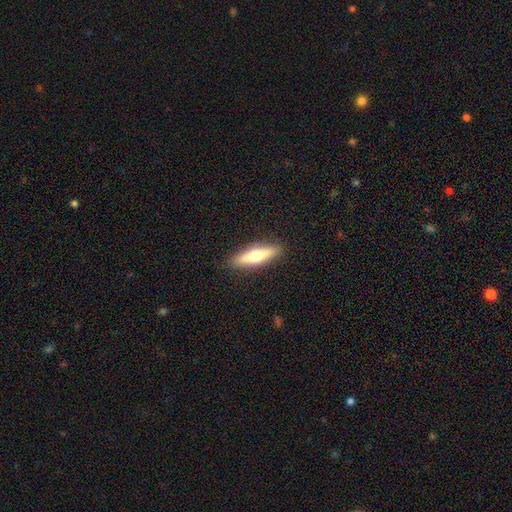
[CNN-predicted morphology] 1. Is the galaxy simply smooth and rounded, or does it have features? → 47% smooth (tied), 47% featured or disk (tied), 6% star or artifact.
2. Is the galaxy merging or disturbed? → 90% none, 7% minor disturbance, 2% major disturbance, 1% merger.